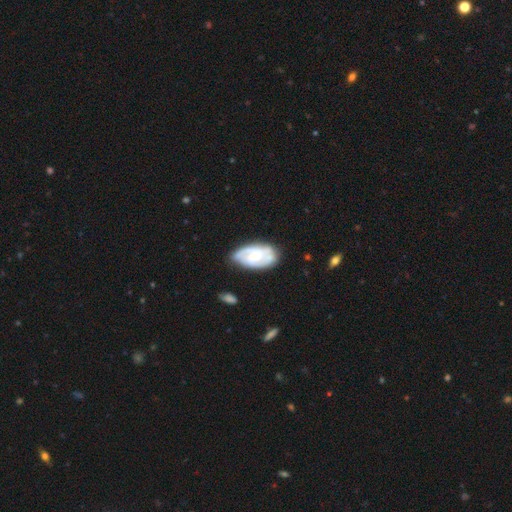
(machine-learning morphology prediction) Smooth or featured? Predicted: featured or disk (p=0.73). Edge-on disk? Predicted: no (p=0.96). Bar? Predicted: no (p=0.50). Spiral arms? Predicted: yes (p=0.86). Spiral winding? Predicted: tight (p=0.45). Spiral arm count? Predicted: 2 (p=0.47). Bulge size? Predicted: small (p=0.47). Merging? Predicted: none (p=0.63).